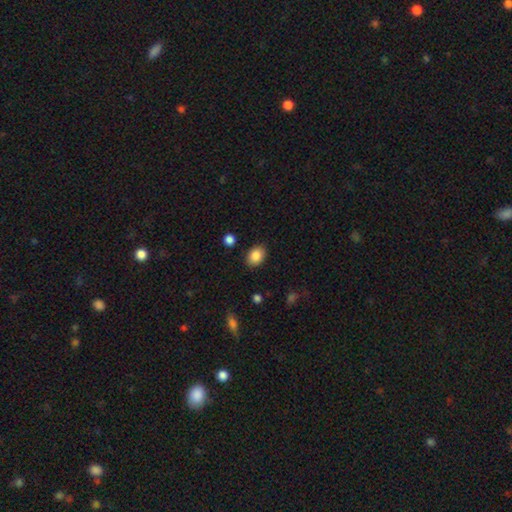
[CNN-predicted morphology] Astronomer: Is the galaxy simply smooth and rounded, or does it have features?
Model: smooth — 86%.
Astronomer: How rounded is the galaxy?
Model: in between — 70%.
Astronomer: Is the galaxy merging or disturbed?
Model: none — 87%.